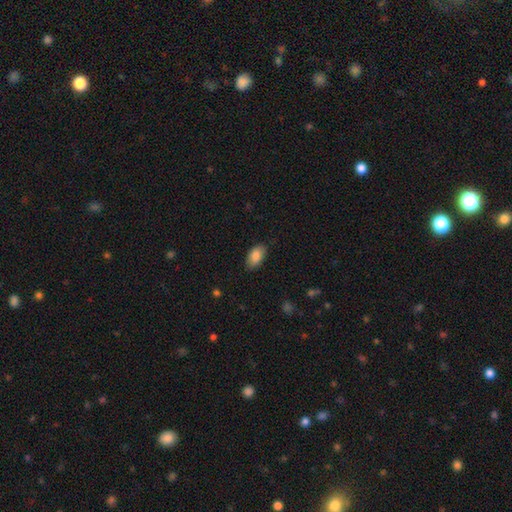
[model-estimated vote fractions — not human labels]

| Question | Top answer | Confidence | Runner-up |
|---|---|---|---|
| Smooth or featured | smooth | 86% | featured or disk (7%) |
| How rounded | in between | 94% | round (4%) |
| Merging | none | 85% | minor disturbance (12%) |